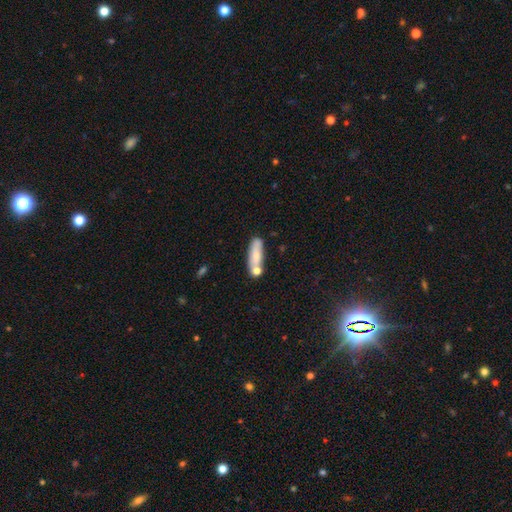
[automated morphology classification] Overall: smooth (75%). How rounded: in between (50%; cigar-shaped 48%). Merging: none (59%; merger 19%).